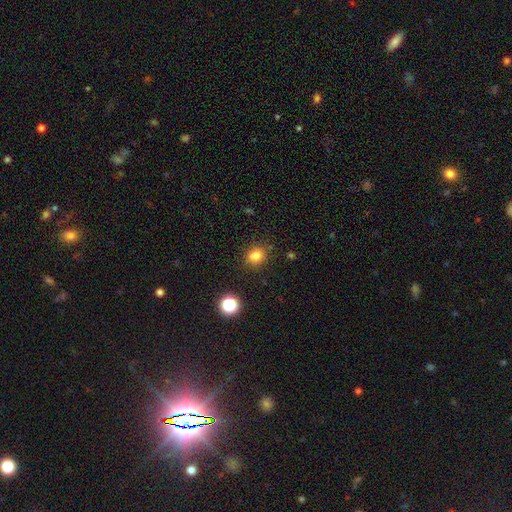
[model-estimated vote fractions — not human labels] smooth 81%, star or artifact 14%, featured or disk 6%. Down the decision tree: how rounded — round (66%); merging — none (81%).